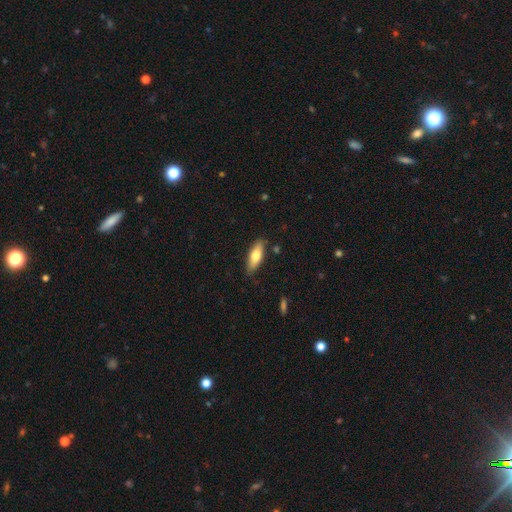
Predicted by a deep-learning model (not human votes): A smooth galaxy with no disk features (71%) that is in between round and cigar-shaped (65%). Merging: none (83%).